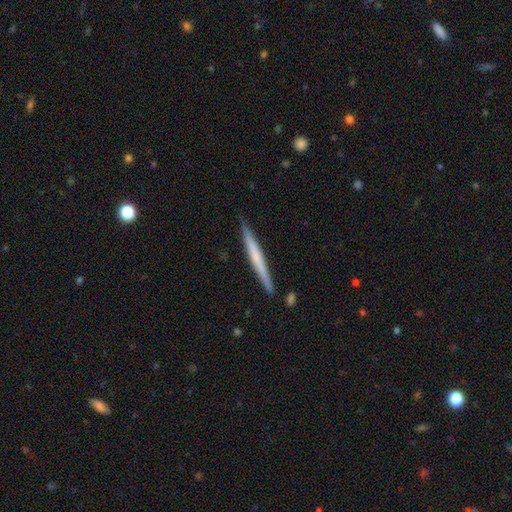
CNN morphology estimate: Q: Smooth or featured?
A: smooth (49%); runner-up: featured or disk (46%)
Q: Merging?
A: none (89%); runner-up: minor disturbance (7%)